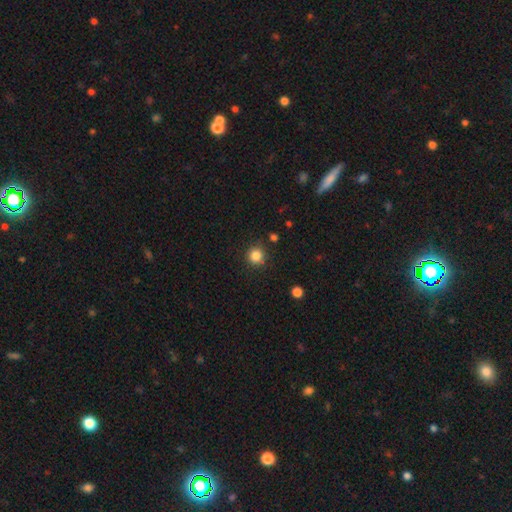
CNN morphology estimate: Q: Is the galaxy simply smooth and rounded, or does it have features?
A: smooth — 84%.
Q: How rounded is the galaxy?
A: round — 93%.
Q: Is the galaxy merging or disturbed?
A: none — 85%.